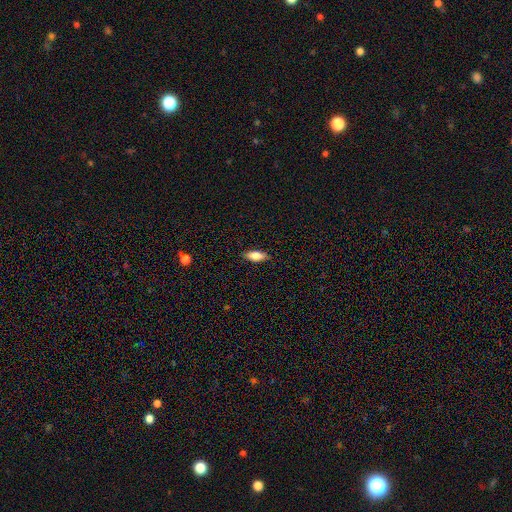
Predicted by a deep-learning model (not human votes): Smooth or featured? smooth (76%)
How rounded? in between (76%)
Merging? none (88%)